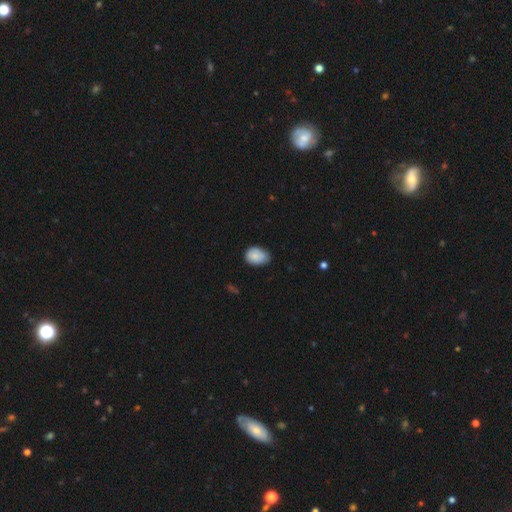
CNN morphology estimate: This appears to be a smooth galaxy with no disk features (84%) that is in between round and cigar-shaped (75%). Merging: none (56%).